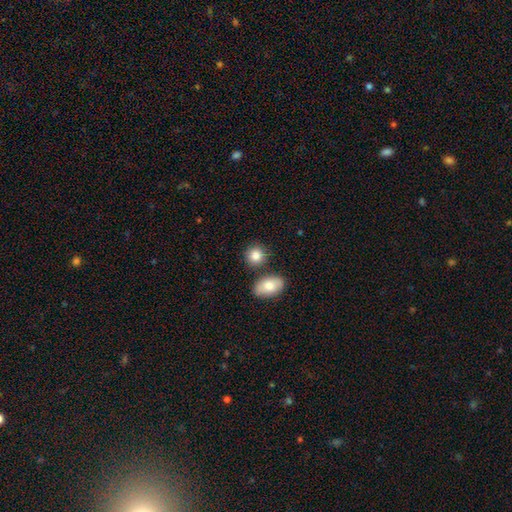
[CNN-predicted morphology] smooth_or_featured: smooth (p=0.85) [alt: featured or disk p=0.08]
how_rounded: round (p=0.73) [alt: in between p=0.25]
merging: none (p=0.74) [alt: merger p=0.13]